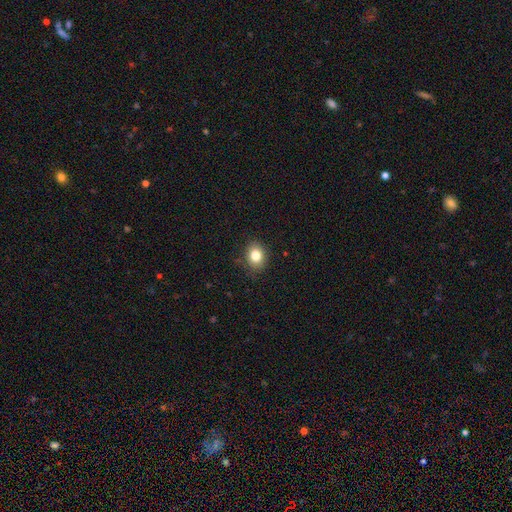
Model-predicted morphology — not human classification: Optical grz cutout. It shows a smooth galaxy with no disk features (81%) that is round (53%). Merging: none (84%).